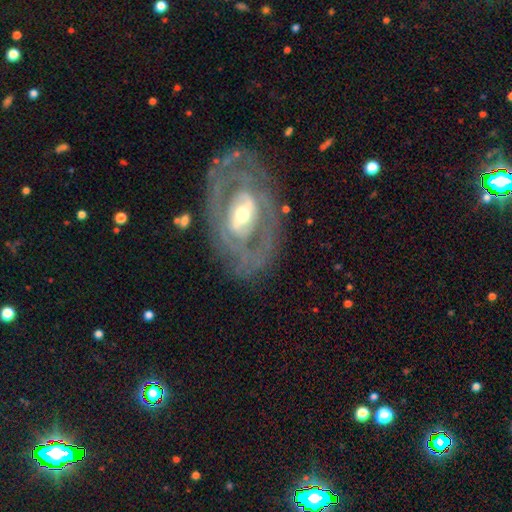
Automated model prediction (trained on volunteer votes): Smooth or featured? featured or disk (81%)
Edge-on disk? no (93%)
Bar? no (40%)
Spiral arms? yes (64%)
Bulge size? moderate (57%)
Merging? none (76%)